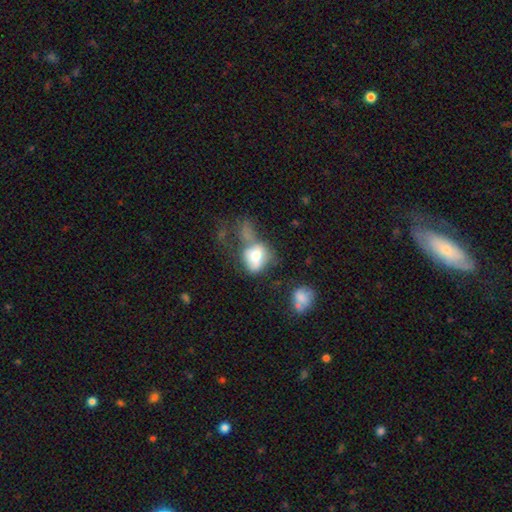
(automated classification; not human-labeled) Smooth or featured? smooth (60%)
How rounded? in between (56%)
Merging? major disturbance (35%)